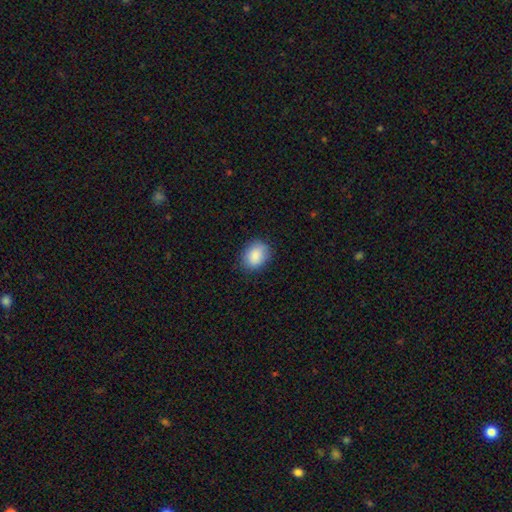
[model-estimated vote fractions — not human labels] Smooth or featured?
  - smooth: 87% *
  - star or artifact: 7%
  - featured or disk: 6%
How rounded?
  - in between: 61% *
  - round: 38%
  - cigar-shaped: 1%
Merging?
  - none: 83% *
  - minor disturbance: 13%
  - major disturbance: 3%
  - merger: 1%